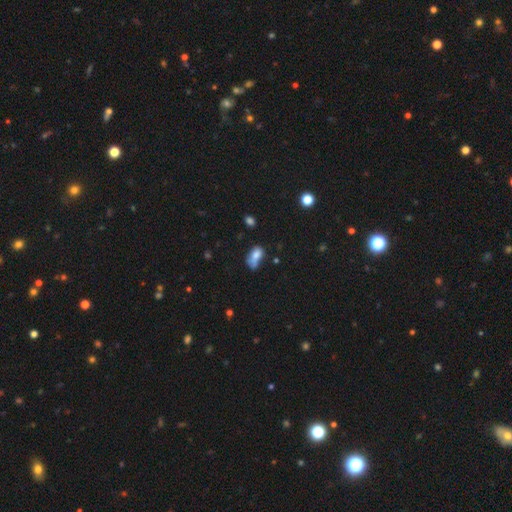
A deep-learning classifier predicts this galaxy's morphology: smooth_or_featured: smooth (p=0.72) [alt: featured or disk p=0.16]
how_rounded: in between (p=0.85) [alt: round p=0.11]
merging: minor disturbance (p=0.30) [alt: none p=0.28]